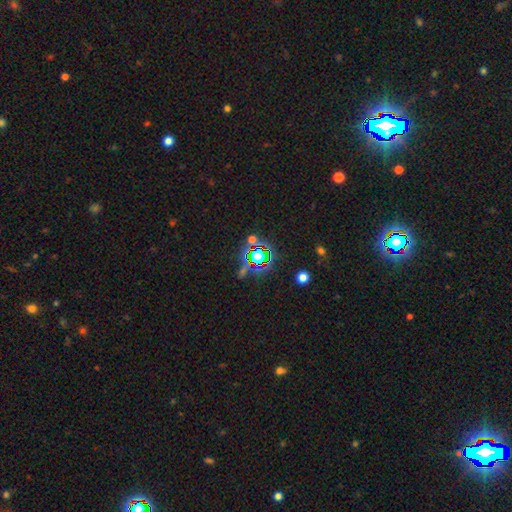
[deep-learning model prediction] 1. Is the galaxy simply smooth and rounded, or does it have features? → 79% star or artifact, 12% smooth, 9% featured or disk.